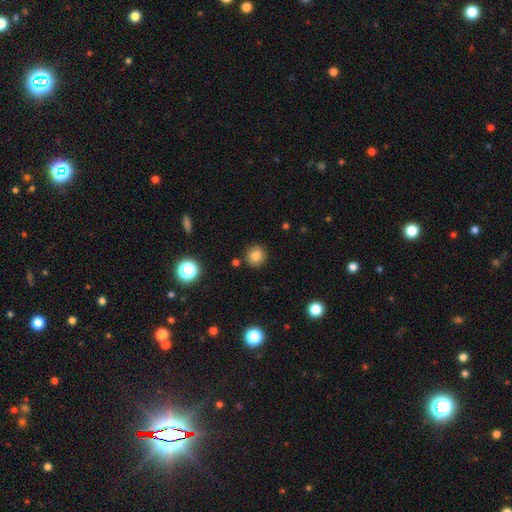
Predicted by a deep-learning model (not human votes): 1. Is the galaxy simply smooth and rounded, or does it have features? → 82% smooth, 12% star or artifact, 6% featured or disk.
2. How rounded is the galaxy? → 90% round, 9% in between, 1% cigar-shaped.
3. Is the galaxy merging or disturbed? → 88% none, 7% minor disturbance, 2% merger, 2% major disturbance.